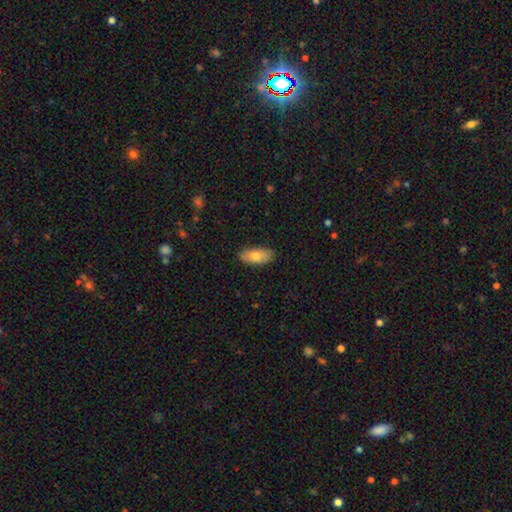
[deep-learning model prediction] Smooth or featured?
  - smooth: 79% *
  - featured or disk: 14%
  - star or artifact: 7%
How rounded?
  - in between: 86% *
  - cigar-shaped: 11%
  - round: 2%
Merging?
  - none: 87% *
  - minor disturbance: 10%
  - major disturbance: 2%
  - merger: 1%